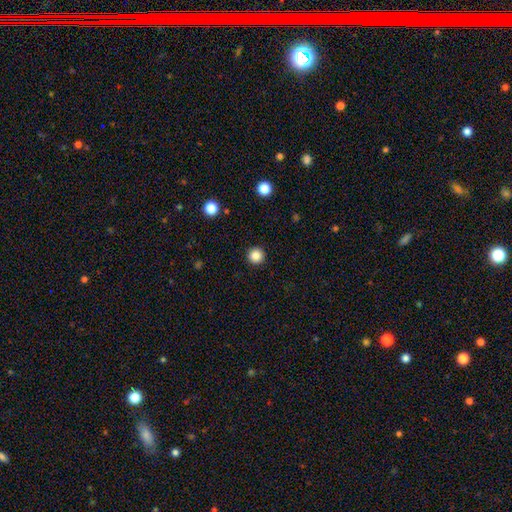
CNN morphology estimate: A smooth galaxy with no disk features (86%) that is round (96%).

Vote fractions:
- Smooth or featured? smooth: 86% / star or artifact: 11% / featured or disk: 3%
- How rounded? round: 96% / in between: 3% / cigar-shaped: 1%
- Merging? none: 93% / minor disturbance: 4% / major disturbance: 2% / merger: 1%